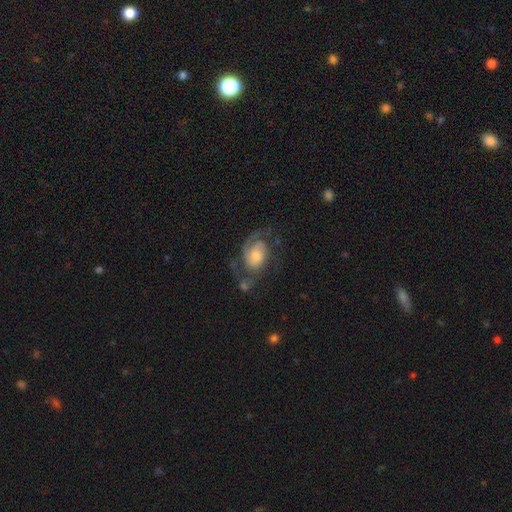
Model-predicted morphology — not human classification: Smooth or featured? featured or disk (80%)
Edge-on disk? no (97%)
Bar? no (66%)
Spiral arms? yes (94%)
Spiral winding? medium (45%)
Spiral arm count? 2 (65%)
Bulge size? moderate (42%)
Merging? none (54%)